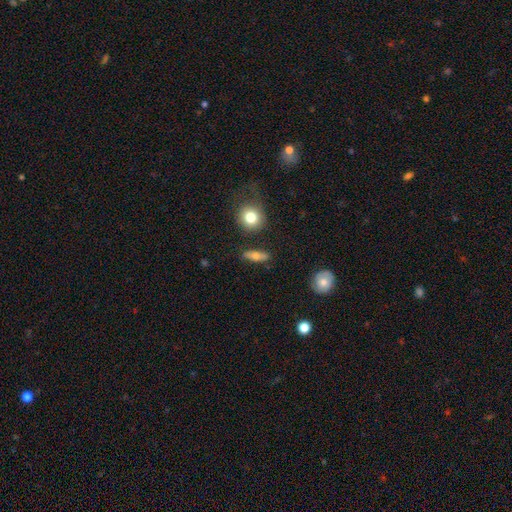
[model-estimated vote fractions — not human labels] smooth_or_featured: smooth (p=0.60) [alt: featured or disk p=0.31]
how_rounded: in between (p=0.44) [alt: cigar-shaped p=0.43]
merging: none (p=0.83) [alt: minor disturbance p=0.11]